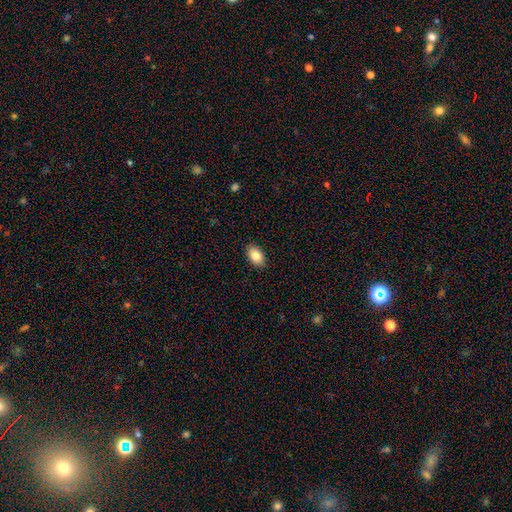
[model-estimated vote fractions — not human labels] smooth 85%, featured or disk 8%, star or artifact 7%. Down the decision tree: how rounded — in between (91%); merging — none (89%).